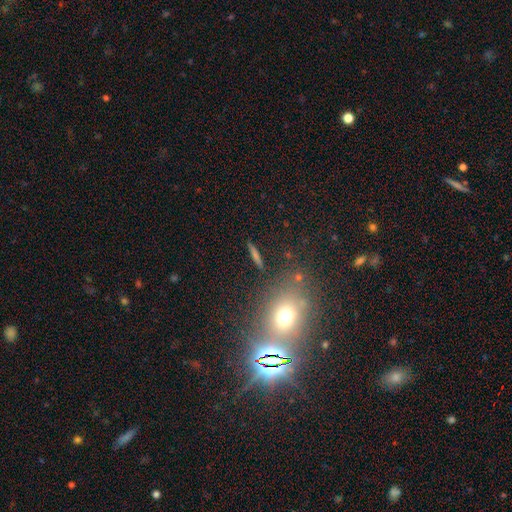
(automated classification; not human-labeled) smooth_or_featured: smooth (p=0.50) [alt: star or artifact p=0.26]
merging: none (p=0.84) [alt: minor disturbance p=0.09]